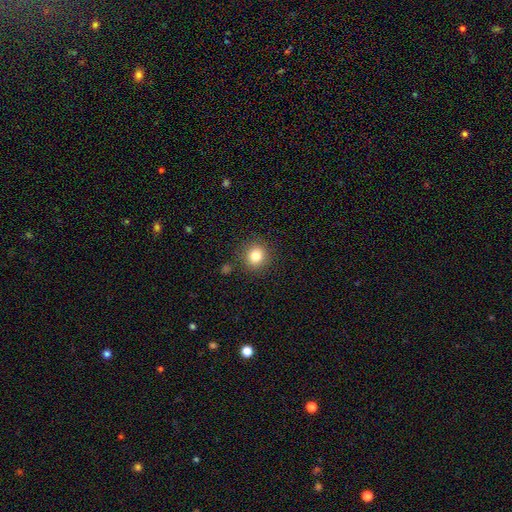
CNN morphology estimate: smooth_or_featured: smooth (p=0.81) [alt: star or artifact p=0.11]
how_rounded: round (p=0.84) [alt: in between p=0.15]
merging: none (p=0.87) [alt: minor disturbance p=0.08]